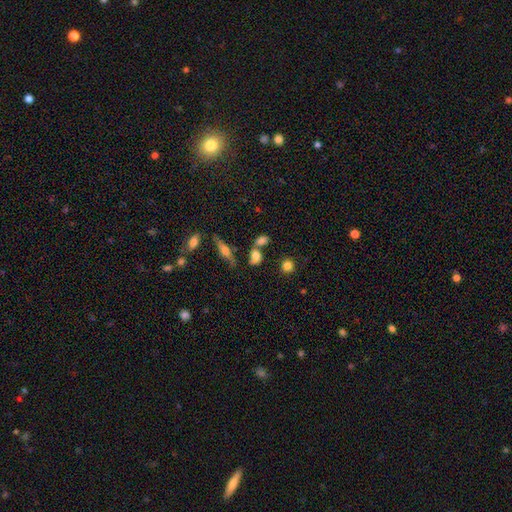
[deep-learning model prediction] Smooth or featured? smooth (67%)
How rounded? in between (65%)
Merging? none (51%)